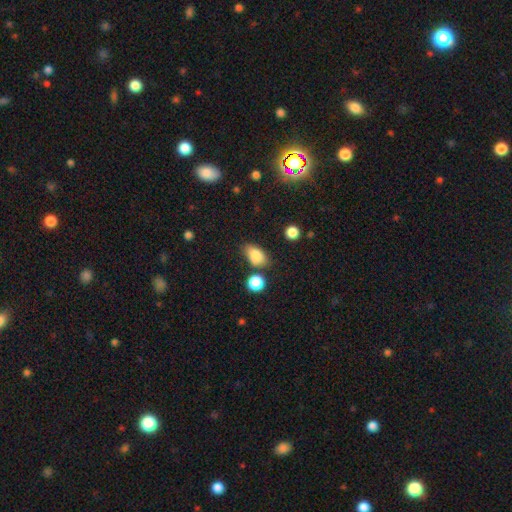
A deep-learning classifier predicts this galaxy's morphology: The model was most divided on "merging": none: 66%, minor disturbance: 20%, merger: 9%, major disturbance: 5%. More confident: how rounded — in between (86%); smooth or featured — smooth (84%).